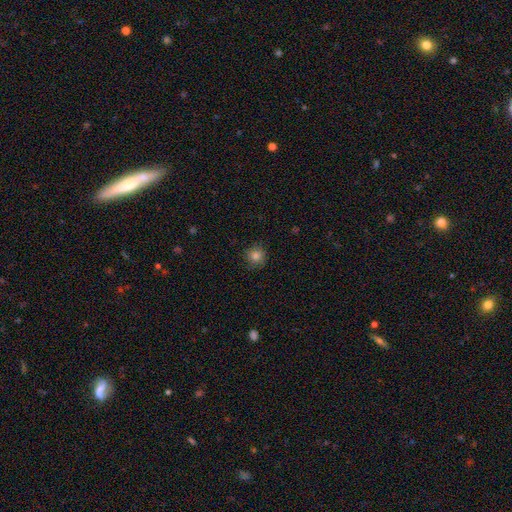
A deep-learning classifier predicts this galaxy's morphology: smooth-or-featured: smooth: 83% | star or artifact: 11% | featured or disk: 6%
  how-rounded: round: 92% | in between: 7% | cigar-shaped: 1%
  merging: none: 86% | minor disturbance: 11% | major disturbance: 3% | merger: 1%